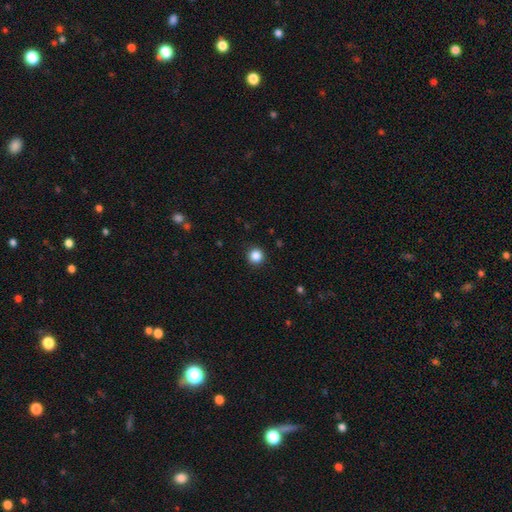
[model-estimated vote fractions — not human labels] smooth_or_featured: smooth (p=0.86) [alt: star or artifact p=0.11]
how_rounded: round (p=0.95) [alt: in between p=0.04]
merging: none (p=0.92) [alt: minor disturbance p=0.05]